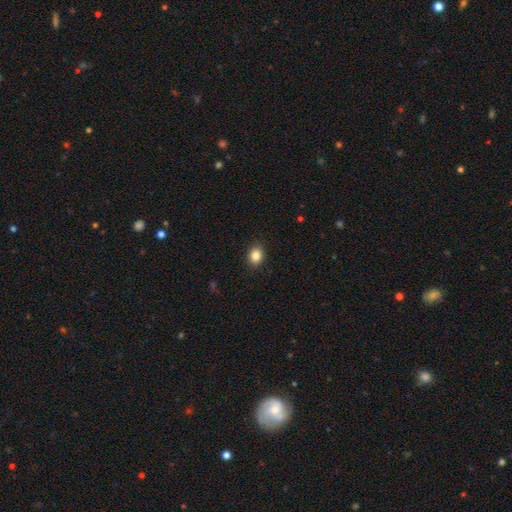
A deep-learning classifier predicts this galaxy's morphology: This is clearly a smooth galaxy (85%). How rounded: possibly in between (52%). Merging: clearly none (89%).